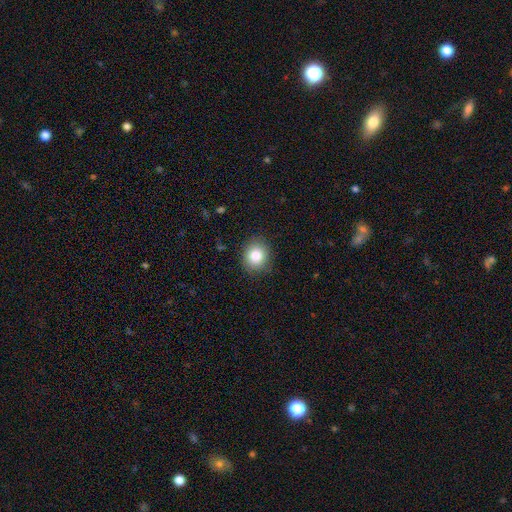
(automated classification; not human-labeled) smooth 83%, star or artifact 10%, featured or disk 8%. Down the decision tree: how rounded — round (73%); merging — none (88%).